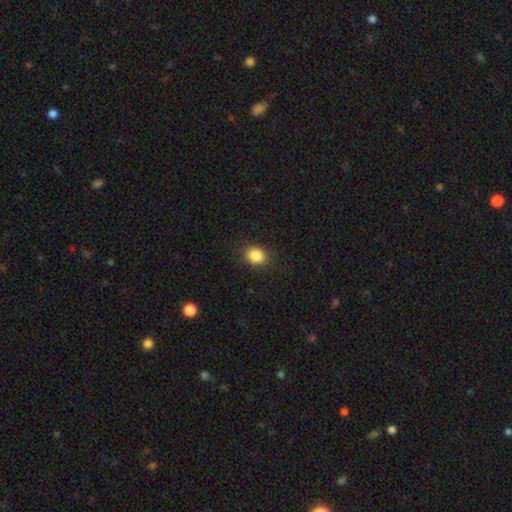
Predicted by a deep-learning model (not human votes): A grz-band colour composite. It shows a smooth galaxy with no disk features (86%) that is round (58%). Merging: none (89%).